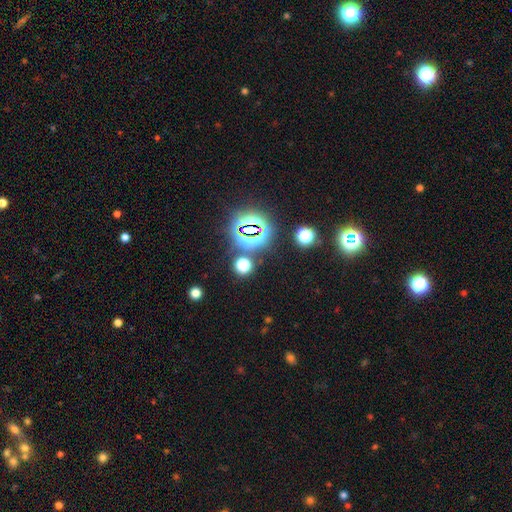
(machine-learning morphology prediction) type=star or artifact (80%).